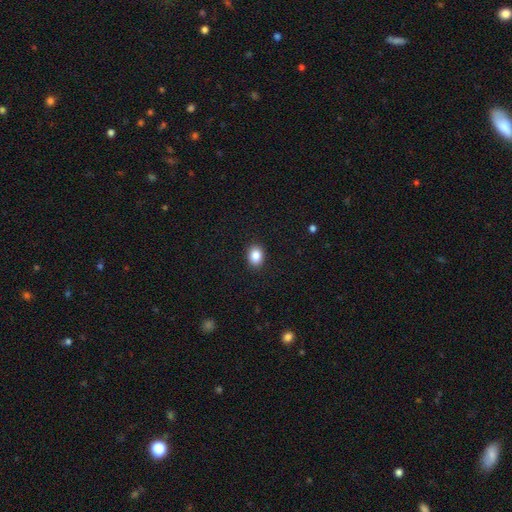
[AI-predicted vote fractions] This is clearly a smooth galaxy (86%). How rounded: possibly in between (52%). Merging: clearly none (90%).